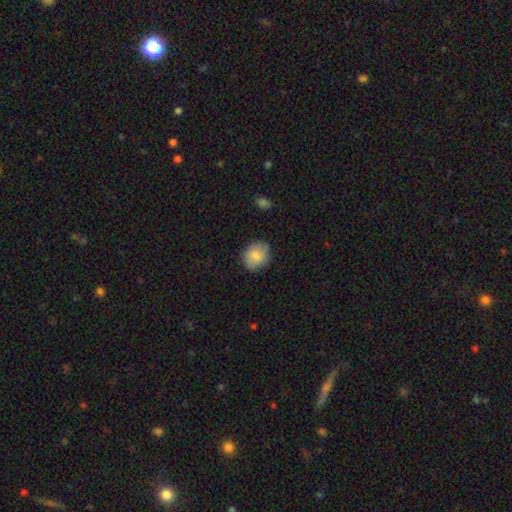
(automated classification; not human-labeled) The model was most divided on "how rounded": round: 61%, in between: 38%, cigar-shaped: 1%. More confident: smooth or featured — smooth (84%); merging — none (82%).